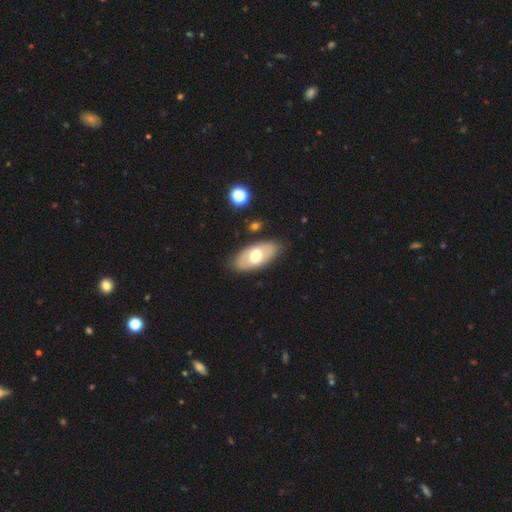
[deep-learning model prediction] A smooth galaxy with no disk features (56%) that is in between round and cigar-shaped (92%).

Vote fractions:
- Smooth or featured? smooth: 56% / featured or disk: 38% / star or artifact: 6%
- How rounded? in between: 92% / cigar-shaped: 5% / round: 3%
- Merging? none: 84% / minor disturbance: 11% / major disturbance: 3% / merger: 2%